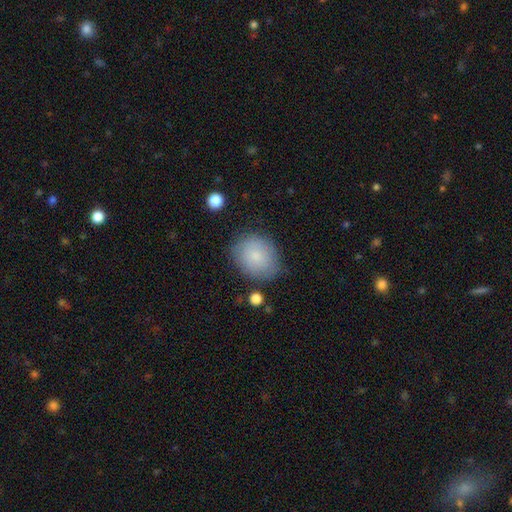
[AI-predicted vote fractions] Smooth or featured?
  - smooth: 80% *
  - featured or disk: 13%
  - star or artifact: 7%
How rounded?
  - round: 51% *
  - in between: 48%
  - cigar-shaped: 1%
Merging?
  - none: 74% *
  - minor disturbance: 18%
  - major disturbance: 5%
  - merger: 2%